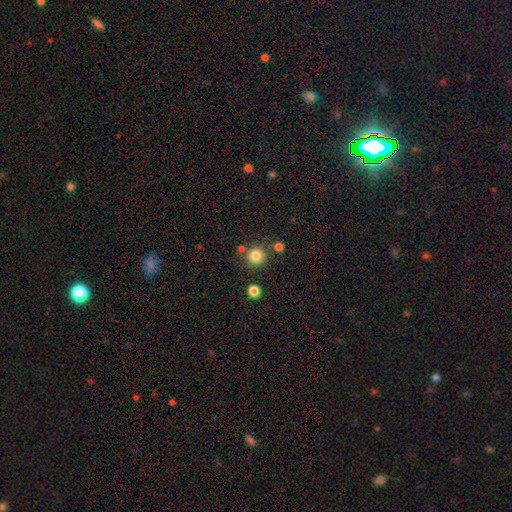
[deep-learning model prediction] smooth-or-featured: smooth: 83% | star or artifact: 12% | featured or disk: 5%
  how-rounded: round: 93% | in between: 6% | cigar-shaped: 1%
  merging: none: 81% | minor disturbance: 8% | merger: 8% | major disturbance: 3%